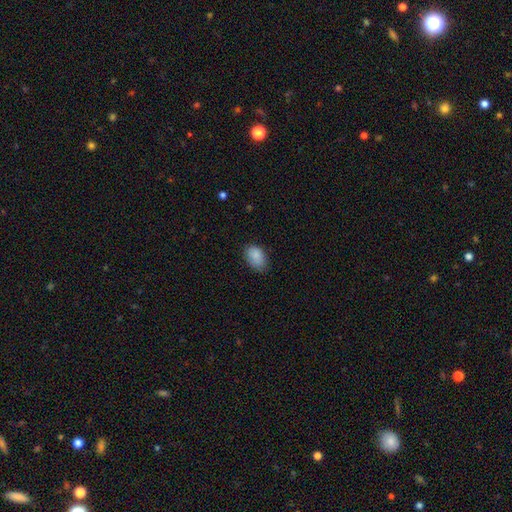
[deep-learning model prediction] This appears to be a smooth galaxy with no disk features (88%) that is in between round and cigar-shaped (86%). Merging: none (73%).